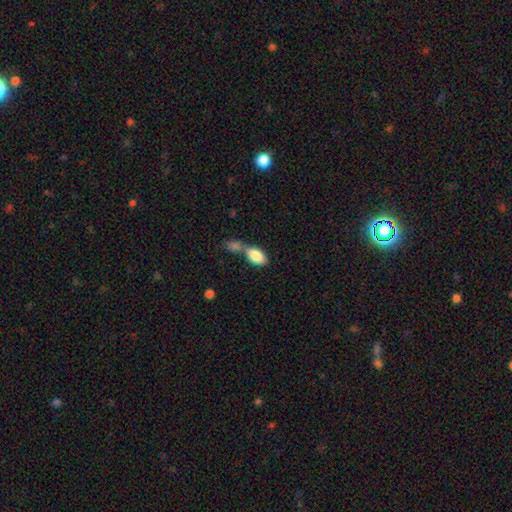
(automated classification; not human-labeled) A smooth galaxy with no disk features (83%) that is in between round and cigar-shaped (91%). Merging: merger (56%).